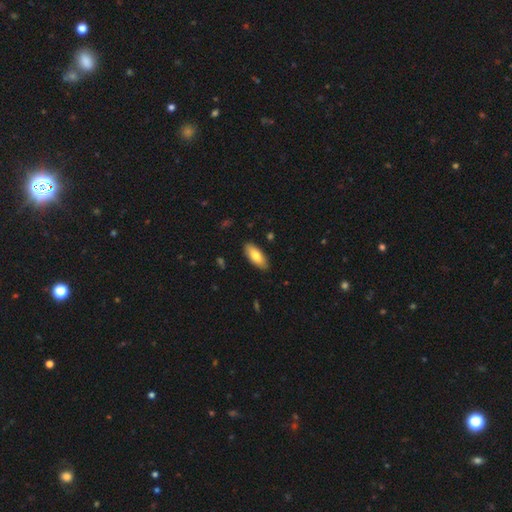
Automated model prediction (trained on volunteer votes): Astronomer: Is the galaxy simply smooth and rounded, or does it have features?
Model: smooth — 77%.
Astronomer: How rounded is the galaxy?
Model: in between — 82%.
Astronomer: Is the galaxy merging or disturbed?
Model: none — 89%.